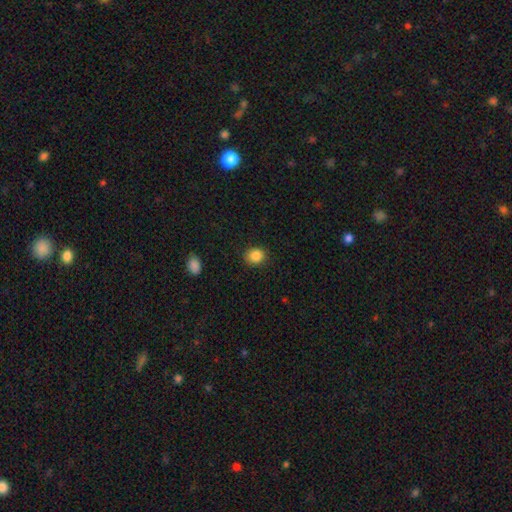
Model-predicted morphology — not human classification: Smooth or featured?
  - smooth: 87% *
  - star or artifact: 10%
  - featured or disk: 3%
How rounded?
  - round: 70% *
  - in between: 29%
  - cigar-shaped: 1%
Merging?
  - none: 87% *
  - minor disturbance: 9%
  - major disturbance: 3%
  - merger: 1%